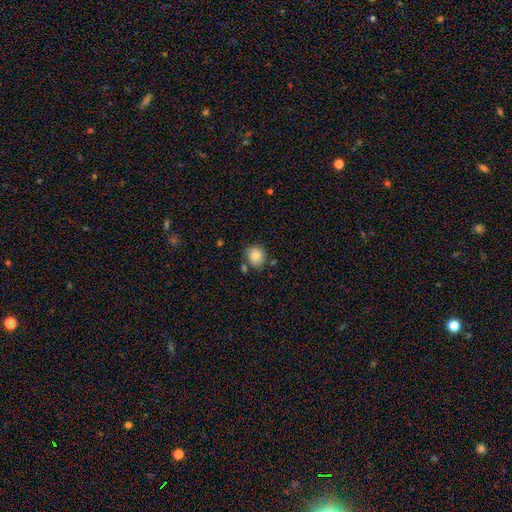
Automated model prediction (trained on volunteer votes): smooth_or_featured: smooth (p=0.81) [alt: featured or disk p=0.10]
how_rounded: round (p=0.83) [alt: in between p=0.16]
merging: none (p=0.71) [alt: minor disturbance p=0.16]